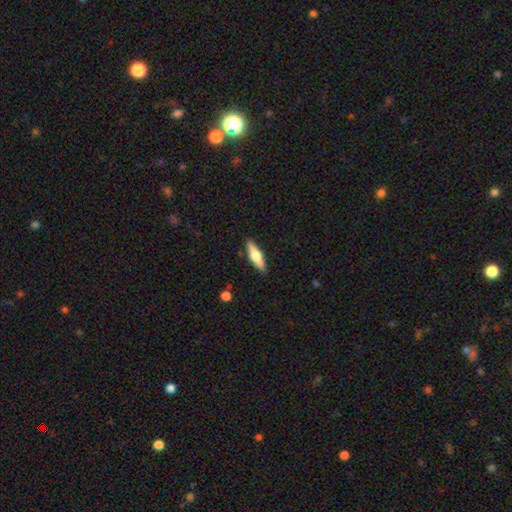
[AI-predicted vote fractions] featured or disk 51%, smooth 43%, star or artifact 6%. Down the decision tree: edge-on disk — yes (94%); merging — none (89%).